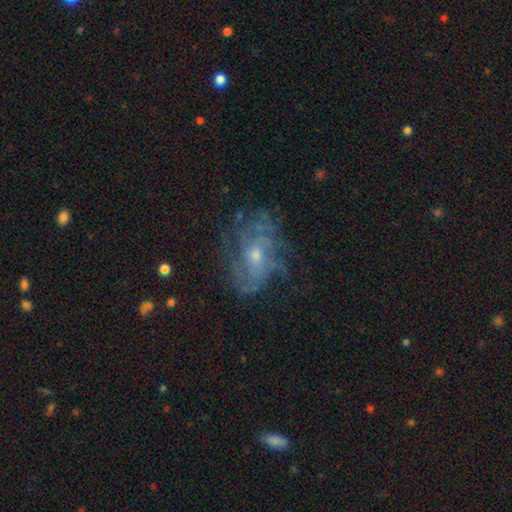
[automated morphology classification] Smooth or featured? Predicted: featured or disk (p=0.78). Edge-on disk? Predicted: no (p=0.96). Bar? Predicted: no (p=0.71). Spiral arms? Predicted: yes (p=0.81). Spiral winding? Predicted: tight (p=0.41). Spiral arm count? Predicted: can't tell (p=0.47). Bulge size? Predicted: small (p=0.56). Merging? Predicted: none (p=0.60).